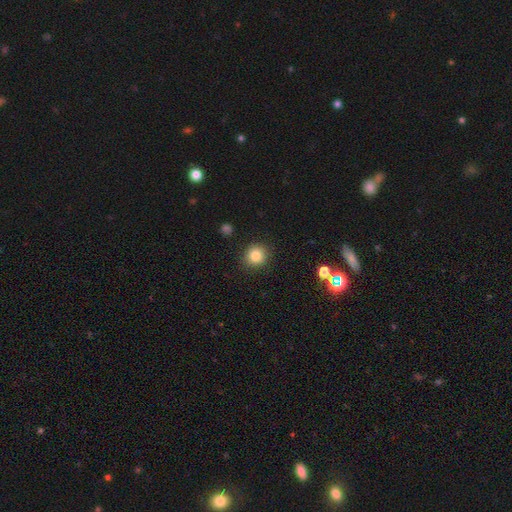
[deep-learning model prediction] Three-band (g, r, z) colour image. It shows a smooth galaxy with no disk features (83%) that is round (90%). Merging: none (90%).